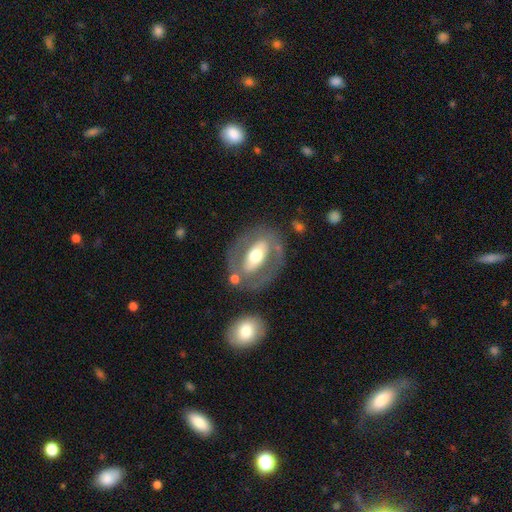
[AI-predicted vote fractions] Morphology: type=featured or disk (63%); edge-on=no (89%); bar=strong (44%); spiral arms=no (73%); bulge=moderate (63%); merging=none (70%).